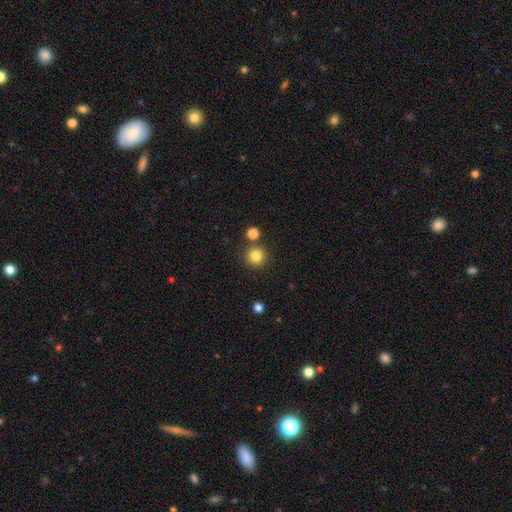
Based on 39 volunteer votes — Smooth or featured? smooth (82%)
How rounded? round (94%)
Merging? none (89%)